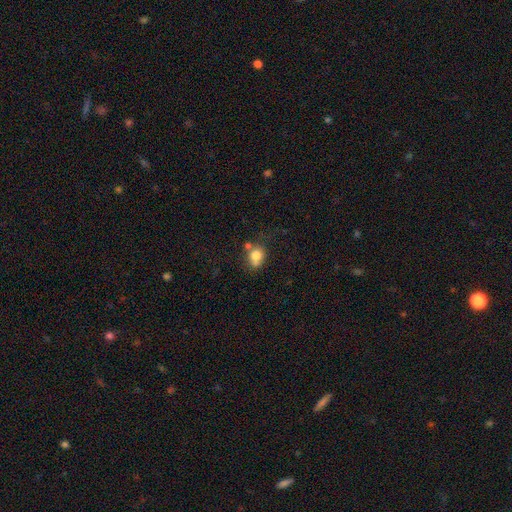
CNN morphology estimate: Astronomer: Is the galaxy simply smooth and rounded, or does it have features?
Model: smooth — 75%.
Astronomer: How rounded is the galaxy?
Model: round — 60% (runner-up: in between, 39%).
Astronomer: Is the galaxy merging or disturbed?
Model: none — 45% (runner-up: merger, 31%).